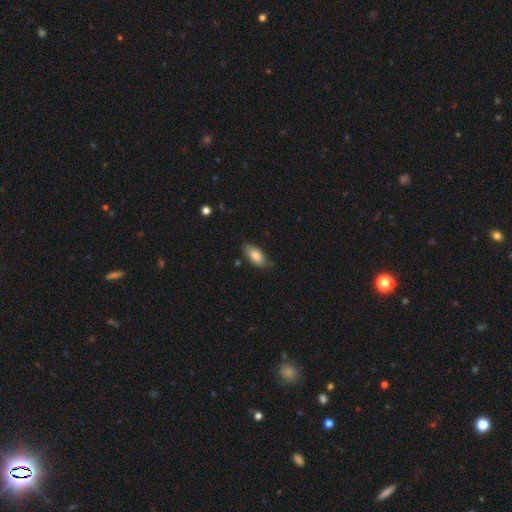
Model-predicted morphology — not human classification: A smooth galaxy with no disk features (82%) that is in between round and cigar-shaped (91%). Merging: none (74%).